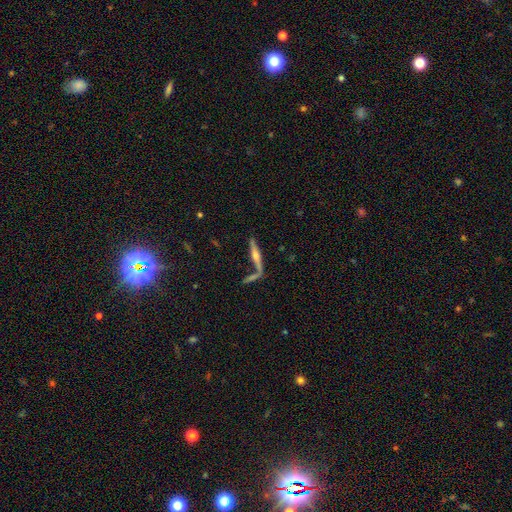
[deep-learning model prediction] Smooth or featured?
  - featured or disk: 69% *
  - smooth: 23%
  - star or artifact: 8%
Edge-on disk?
  - yes: 92% *
  - no: 8%
Edge-on bulge?
  - rounded: 90% *
  - none: 6%
  - boxy: 4%
Merging?
  - none: 61% *
  - merger: 19%
  - minor disturbance: 14%
  - major disturbance: 6%